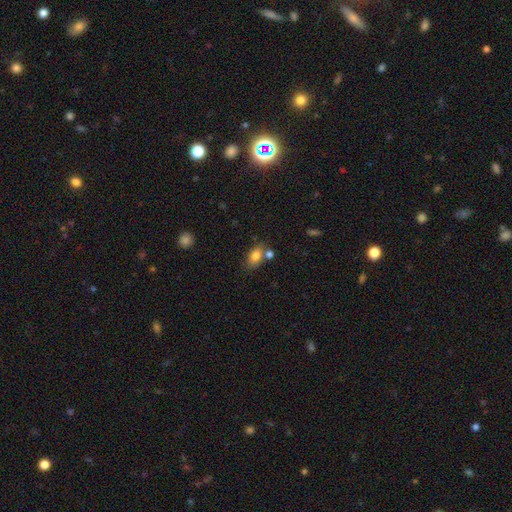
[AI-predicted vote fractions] This appears to be a smooth galaxy with no disk features (80%) that is in between round and cigar-shaped (84%). Merging: none (59%).